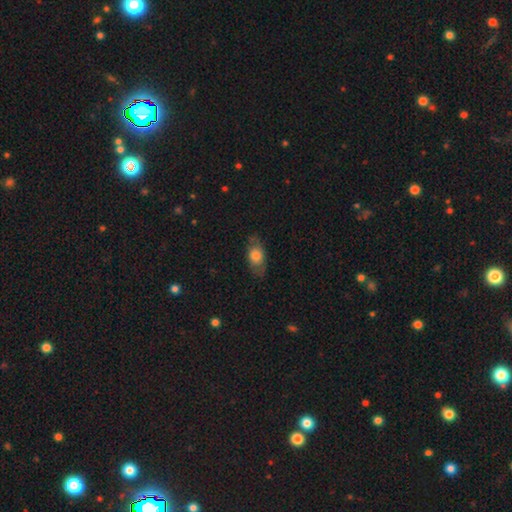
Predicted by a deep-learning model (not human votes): smooth_or_featured: smooth (p=0.65) [alt: featured or disk p=0.28]
how_rounded: in between (p=0.83) [alt: round p=0.11]
merging: none (p=0.74) [alt: minor disturbance p=0.19]